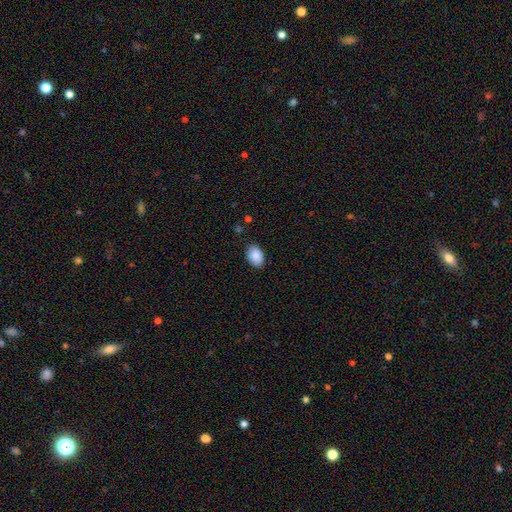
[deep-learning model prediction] A smooth galaxy with no disk features (89%) that is in between round and cigar-shaped (86%). Merging: none (87%).